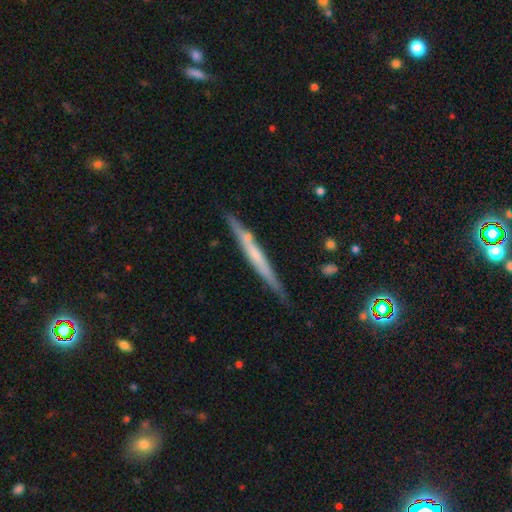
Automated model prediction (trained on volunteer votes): This is possibly a featured or disk galaxy (55%). It is clearly viewed edge-on (96%). Edge-on bulge: likely none (72%). Merging: clearly none (81%).